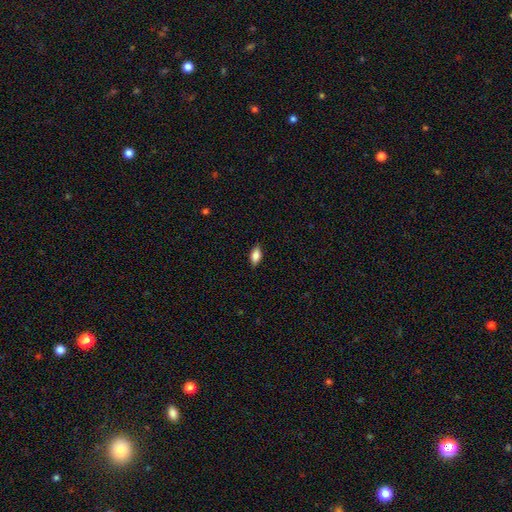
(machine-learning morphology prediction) Q: Smooth or featured?
A: smooth (82%); runner-up: featured or disk (11%)
Q: How rounded?
A: in between (87%); runner-up: cigar-shaped (9%)
Q: Merging?
A: none (87%); runner-up: minor disturbance (10%)